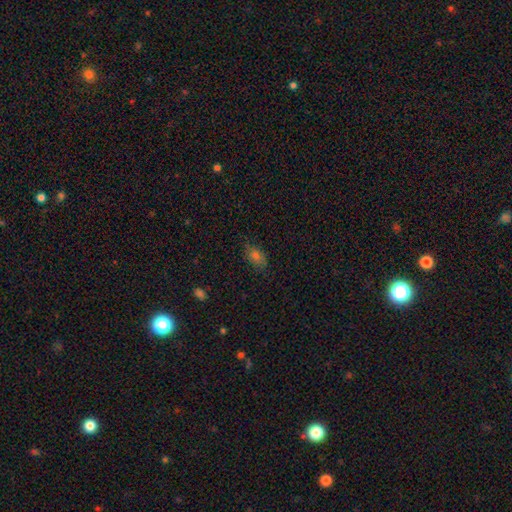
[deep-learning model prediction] This appears to be a smooth galaxy with no disk features (68%) that is in between round and cigar-shaped (83%). Merging: none (79%).